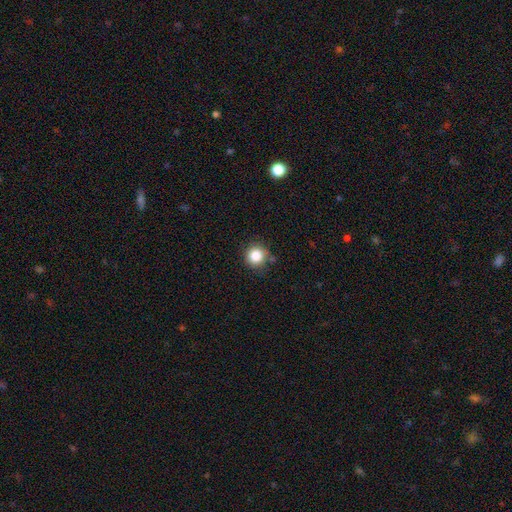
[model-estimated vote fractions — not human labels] smooth 85%, star or artifact 11%, featured or disk 4%. Down the decision tree: how rounded — round (93%); merging — none (83%).